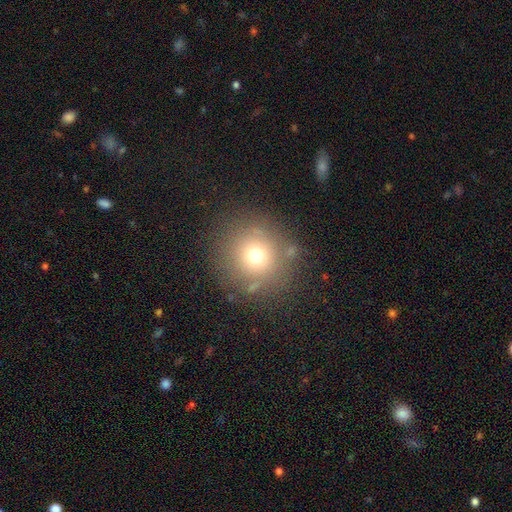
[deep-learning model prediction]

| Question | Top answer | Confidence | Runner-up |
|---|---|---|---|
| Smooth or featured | smooth | 69% | star or artifact (17%) |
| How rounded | round | 94% | in between (5%) |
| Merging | none | 82% | minor disturbance (10%) |